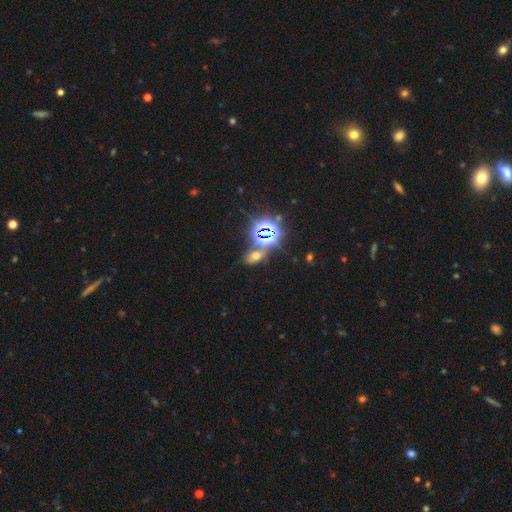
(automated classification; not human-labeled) The model was most divided on "smooth or featured": star or artifact: 51%, smooth: 38%, featured or disk: 11%.